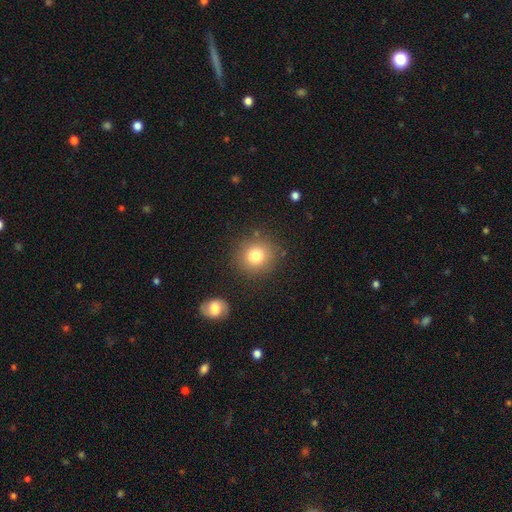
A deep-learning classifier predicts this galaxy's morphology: Smooth or featured?
  - smooth: 80% *
  - star or artifact: 11%
  - featured or disk: 9%
How rounded?
  - round: 90% *
  - in between: 9%
  - cigar-shaped: 1%
Merging?
  - none: 85% *
  - minor disturbance: 8%
  - merger: 4%
  - major disturbance: 3%